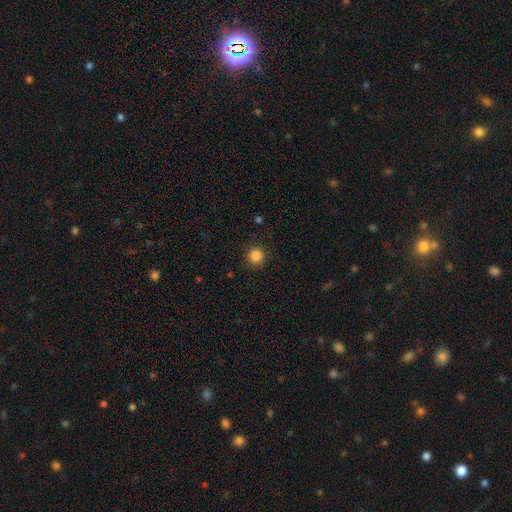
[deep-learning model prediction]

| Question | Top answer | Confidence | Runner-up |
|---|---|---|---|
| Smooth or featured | smooth | 85% | star or artifact (12%) |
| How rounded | round | 95% | in between (4%) |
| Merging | none | 92% | minor disturbance (5%) |